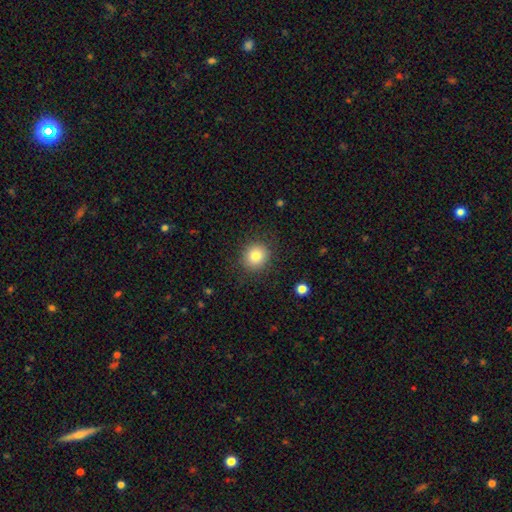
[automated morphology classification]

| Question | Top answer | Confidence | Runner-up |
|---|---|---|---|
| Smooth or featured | smooth | 82% | star or artifact (10%) |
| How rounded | round | 86% | in between (13%) |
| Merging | none | 87% | minor disturbance (8%) |